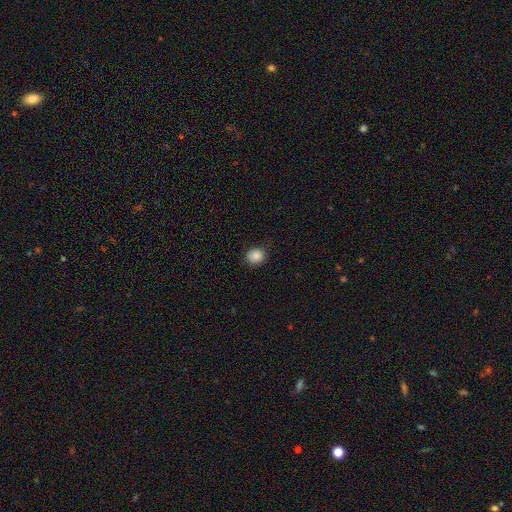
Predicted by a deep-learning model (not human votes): smooth-or-featured: smooth: 86% | star or artifact: 10% | featured or disk: 4%
  how-rounded: round: 80% | in between: 19% | cigar-shaped: 1%
  merging: none: 83% | minor disturbance: 13% | major disturbance: 3% | merger: 1%